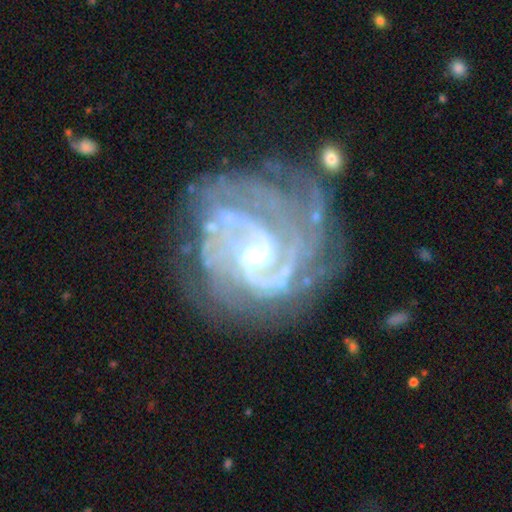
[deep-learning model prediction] Smooth or featured? Predicted: featured or disk (p=0.91). Edge-on disk? Predicted: no (p=0.98). Bar? Predicted: weak (p=0.47). Spiral arms? Predicted: yes (p=0.97). Spiral winding? Predicted: tight (p=0.55). Spiral arm count? Predicted: 2 (p=0.43). Bulge size? Predicted: small (p=0.52). Merging? Predicted: none (p=0.57).